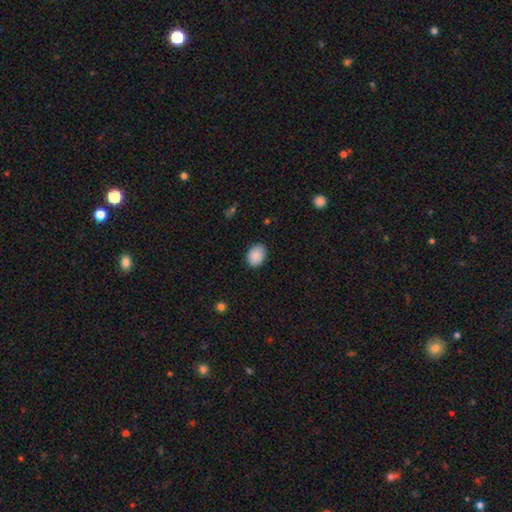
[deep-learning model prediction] Smooth or featured? smooth (89%)
How rounded? in between (76%)
Merging? none (84%)